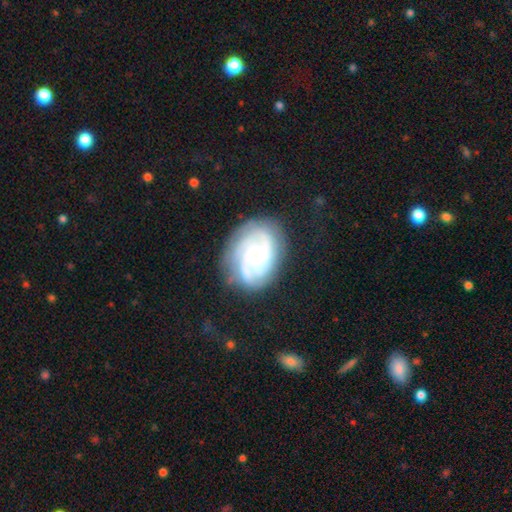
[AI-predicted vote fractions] Morphology: type=featured or disk (87%); edge-on=no (98%); bar=no (64%); spiral arms=yes (97%); winding=tight (63%); arm count=3 (39%); bulge=small (54%); merging=none (75%).